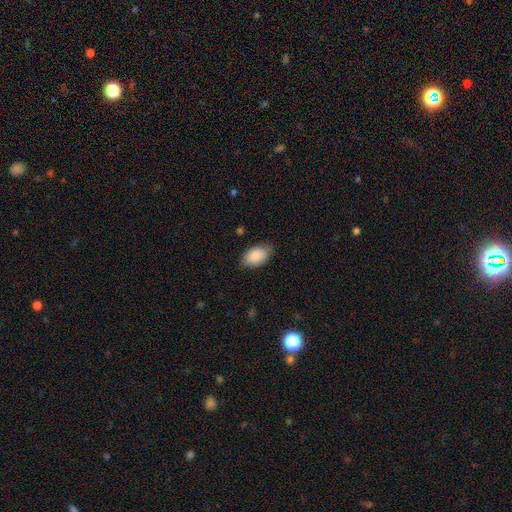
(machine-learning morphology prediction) type=smooth (87%); roundness=in between (91%); merging=none (79%).